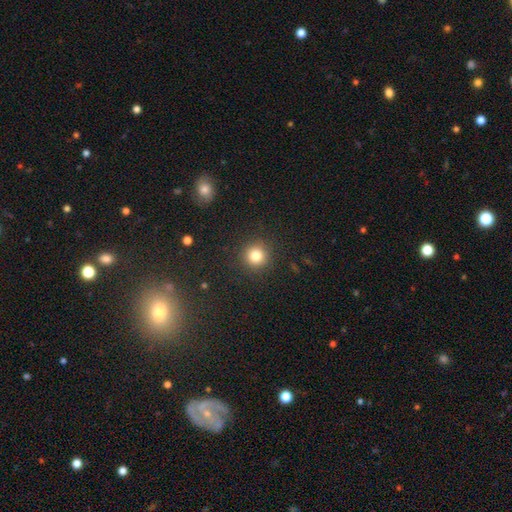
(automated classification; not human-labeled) Smooth or featured? Predicted: smooth (p=0.82). How rounded? Predicted: round (p=0.94). Merging? Predicted: none (p=0.91).